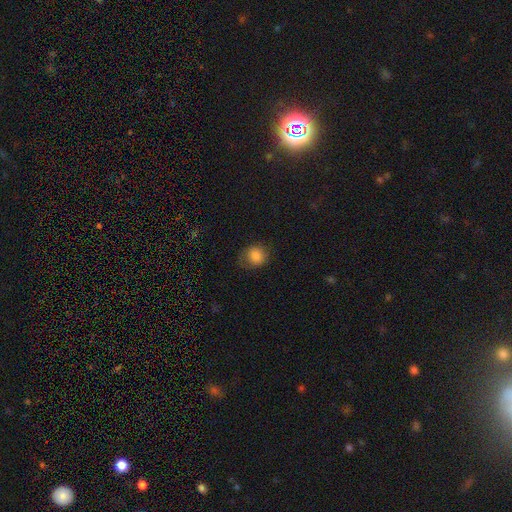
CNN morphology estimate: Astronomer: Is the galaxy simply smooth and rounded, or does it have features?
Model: smooth — 82%.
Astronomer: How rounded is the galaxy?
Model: round — 73%.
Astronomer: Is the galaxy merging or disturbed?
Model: none — 65%.